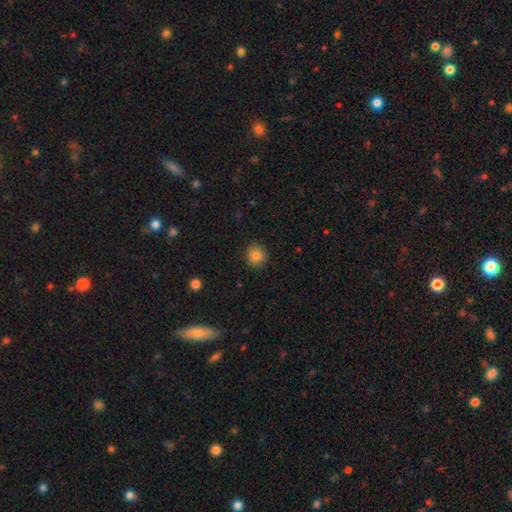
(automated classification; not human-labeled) A smooth galaxy with no disk features (85%) that is round (89%). Merging: none (90%).